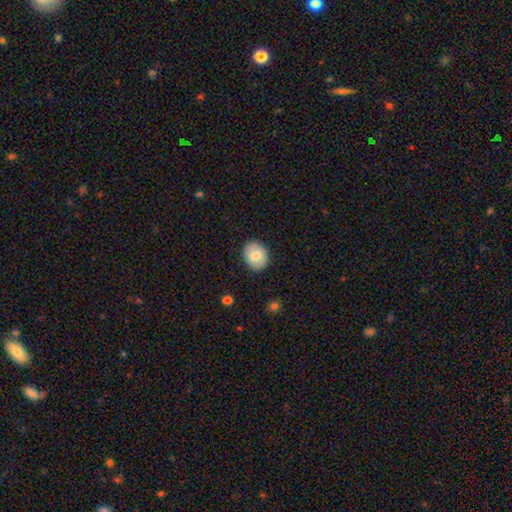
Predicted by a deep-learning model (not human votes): smooth_or_featured: smooth (p=0.74) [alt: featured or disk p=0.18]
how_rounded: round (p=0.61) [alt: in between p=0.38]
merging: none (p=0.86) [alt: minor disturbance p=0.11]